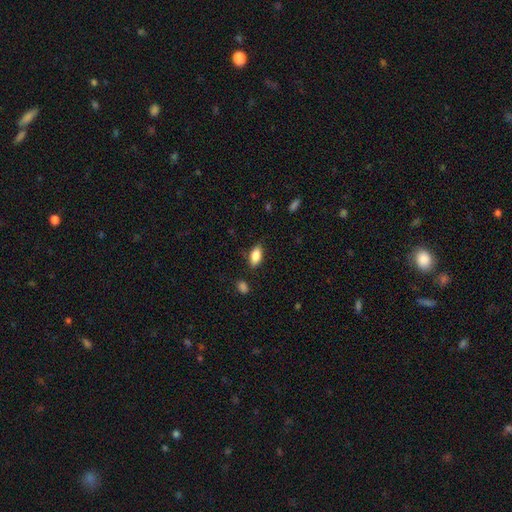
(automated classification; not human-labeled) A smooth galaxy with no disk features (85%) that is in between round and cigar-shaped (89%).

Vote fractions:
- Smooth or featured? smooth: 85% / featured or disk: 8% / star or artifact: 7%
- How rounded? in between: 89% / cigar-shaped: 8% / round: 4%
- Merging? none: 81% / minor disturbance: 14% / major disturbance: 3% / merger: 2%